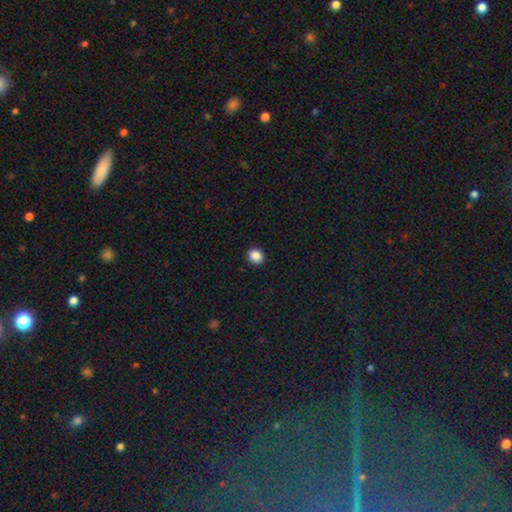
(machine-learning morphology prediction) The model was most divided on "how rounded": round: 76%, in between: 23%, cigar-shaped: 1%. More confident: merging — none (91%); smooth or featured — smooth (88%).